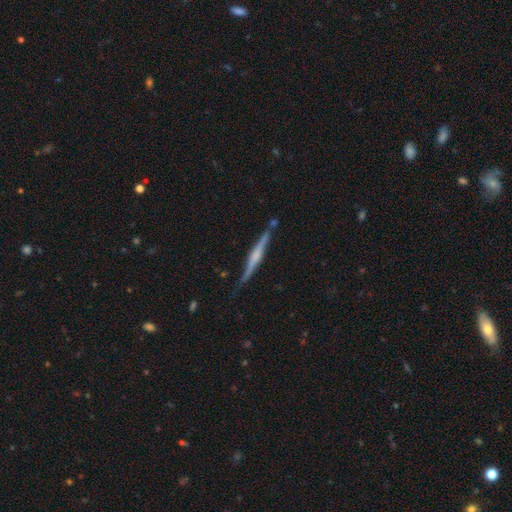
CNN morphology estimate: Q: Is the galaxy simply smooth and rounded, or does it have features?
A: featured or disk — 74%.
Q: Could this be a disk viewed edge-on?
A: yes — 97%.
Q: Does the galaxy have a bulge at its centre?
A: rounded — 62%.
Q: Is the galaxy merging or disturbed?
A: none — 79%.